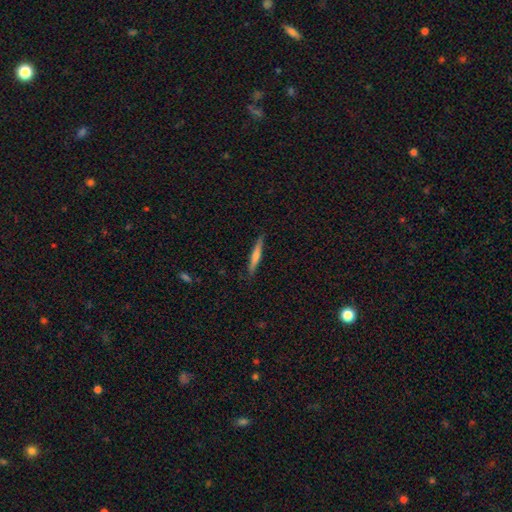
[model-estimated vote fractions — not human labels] The model was most divided on "smooth or featured": featured or disk: 53%, smooth: 41%, star or artifact: 6%. More confident: edge-on disk — yes (97%); merging — none (89%); edge-on bulge — rounded (69%).